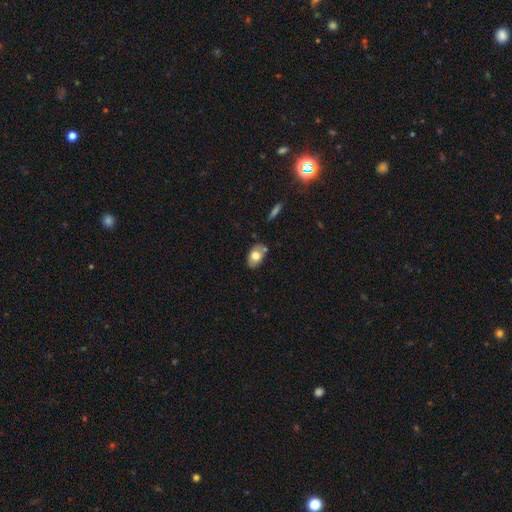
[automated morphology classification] A smooth galaxy with no disk features (71%) that is in between round and cigar-shaped (89%). Merging: none (71%).